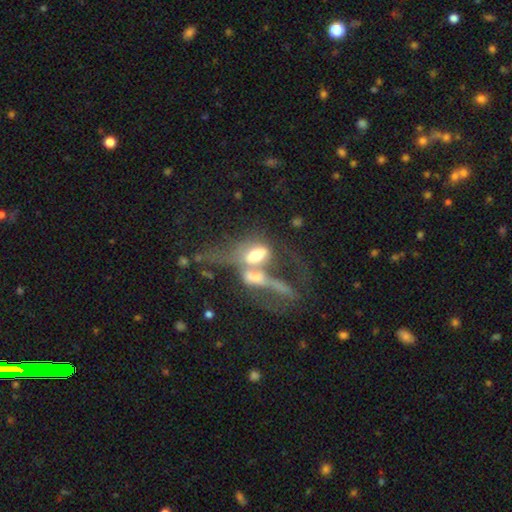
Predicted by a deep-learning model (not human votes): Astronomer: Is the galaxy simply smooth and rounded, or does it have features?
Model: featured or disk — 47% (runner-up: smooth, 41%).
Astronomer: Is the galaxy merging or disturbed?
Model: merger — 70%.